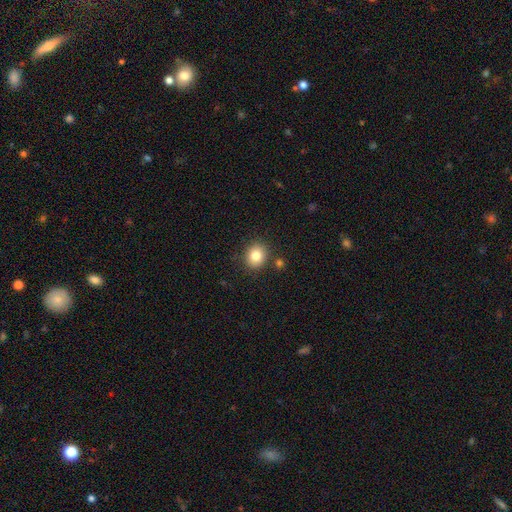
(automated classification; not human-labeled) Smooth or featured? Predicted: smooth (p=0.82). How rounded? Predicted: round (p=0.72). Merging? Predicted: none (p=0.84).